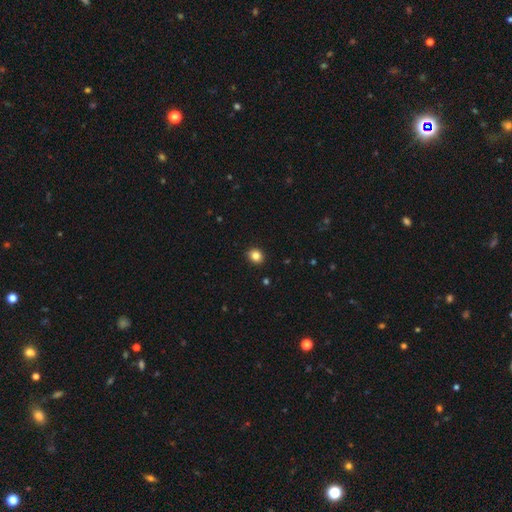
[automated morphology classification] smooth_or_featured: smooth (p=0.84) [alt: star or artifact p=0.11]
how_rounded: round (p=0.68) [alt: in between p=0.31]
merging: none (p=0.91) [alt: minor disturbance p=0.07]